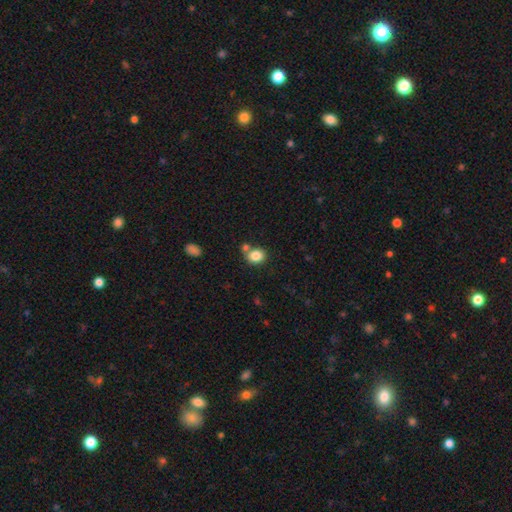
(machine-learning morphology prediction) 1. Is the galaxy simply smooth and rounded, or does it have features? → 84% smooth, 10% star or artifact, 7% featured or disk.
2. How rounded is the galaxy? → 63% round, 36% in between, 1% cigar-shaped.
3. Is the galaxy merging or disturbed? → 61% none, 24% merger, 11% minor disturbance, 4% major disturbance.